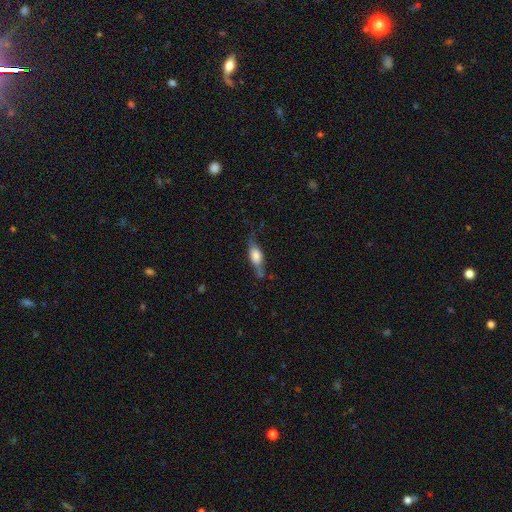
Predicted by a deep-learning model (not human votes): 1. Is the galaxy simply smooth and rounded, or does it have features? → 52% smooth, 41% featured or disk, 7% star or artifact.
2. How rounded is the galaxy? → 61% in between, 34% cigar-shaped, 5% round.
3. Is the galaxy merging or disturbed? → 58% none, 28% minor disturbance, 10% major disturbance, 4% merger.